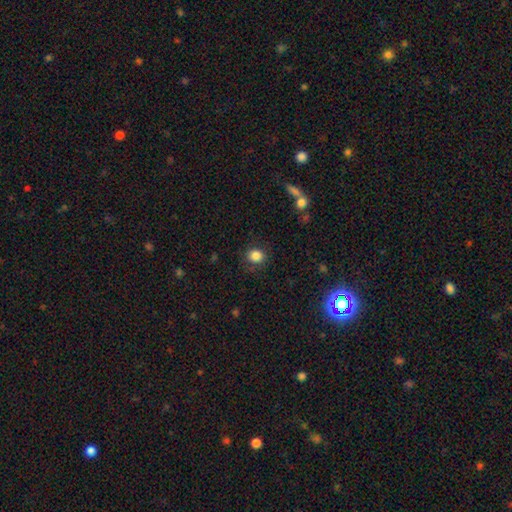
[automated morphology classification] Q: Smooth or featured?
A: smooth (85%); runner-up: star or artifact (10%)
Q: How rounded?
A: round (72%); runner-up: in between (27%)
Q: Merging?
A: none (85%); runner-up: minor disturbance (10%)